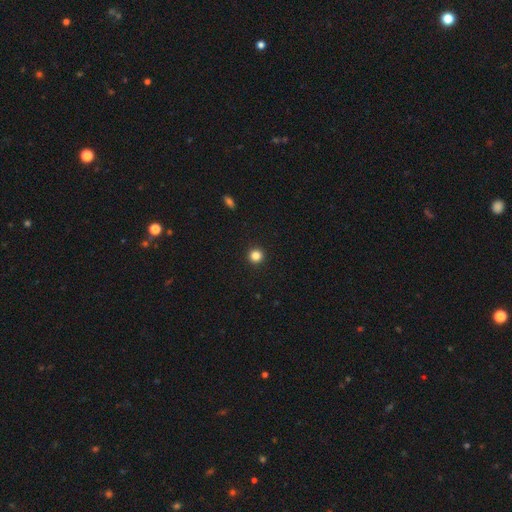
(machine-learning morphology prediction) Smooth or featured: smooth — 84% (star or artifact — 12%)
How rounded: round — 96% (in between — 3%)
Merging: none — 94% (minor disturbance — 4%)